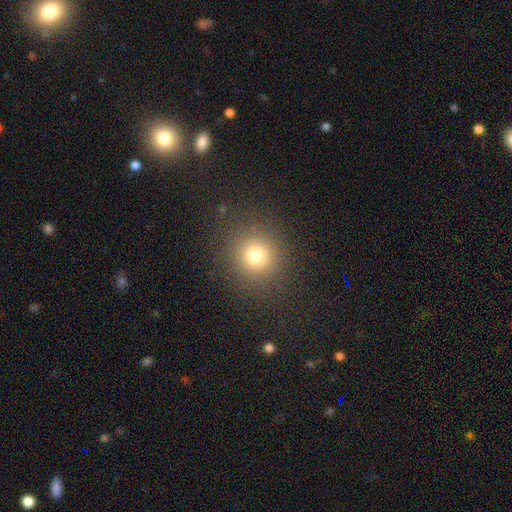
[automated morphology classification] The model was most divided on "smooth or featured": smooth: 75%, star or artifact: 17%, featured or disk: 8%. More confident: how rounded — round (91%); merging — none (88%).